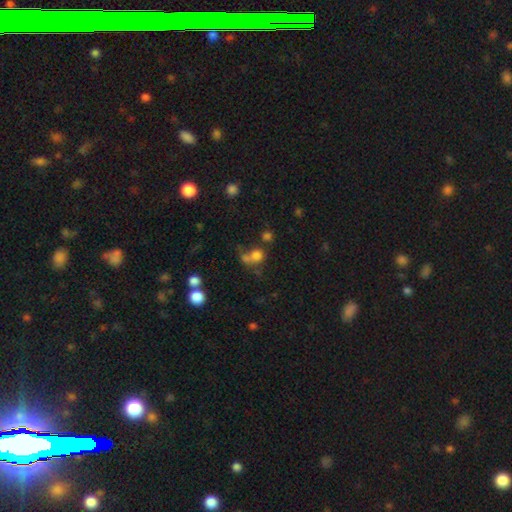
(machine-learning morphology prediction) A smooth galaxy with no disk features (71%) that is round (78%).

Vote fractions:
- Smooth or featured? smooth: 71% / star or artifact: 17% / featured or disk: 12%
- How rounded? round: 78% / in between: 21% / cigar-shaped: 1%
- Merging? none: 40% / merger: 37% / minor disturbance: 11% / major disturbance: 11%